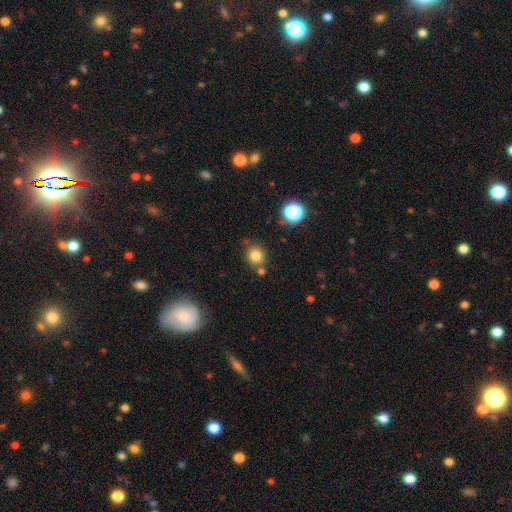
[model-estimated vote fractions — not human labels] Smooth or featured?
  - smooth: 81% *
  - star or artifact: 13%
  - featured or disk: 6%
How rounded?
  - round: 86% *
  - in between: 13%
  - cigar-shaped: 1%
Merging?
  - none: 74% *
  - minor disturbance: 12%
  - merger: 11%
  - major disturbance: 4%